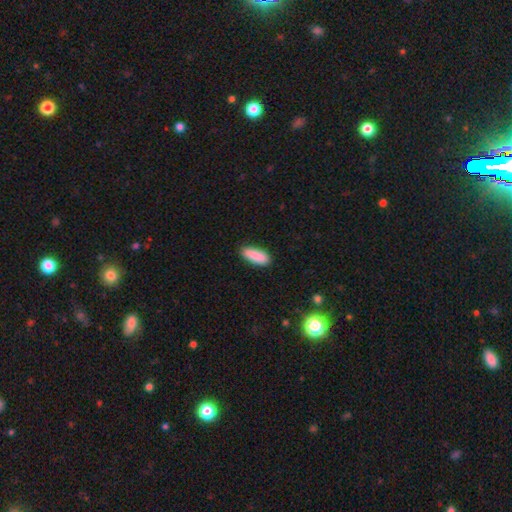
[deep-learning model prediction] A smooth galaxy with no disk features (88%) that is in between round and cigar-shaped (69%).

Vote fractions:
- Smooth or featured? smooth: 88% / featured or disk: 6% / star or artifact: 6%
- How rounded? in between: 69% / cigar-shaped: 29% / round: 2%
- Merging? none: 87% / minor disturbance: 10% / major disturbance: 2% / merger: 1%